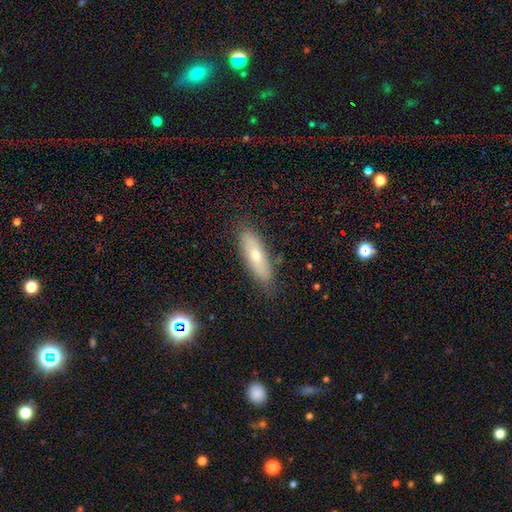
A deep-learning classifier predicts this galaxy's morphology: Smooth or featured: smooth — 60% (featured or disk — 32%)
How rounded: in between — 51% (cigar-shaped — 47%)
Merging: none — 83% (minor disturbance — 13%)